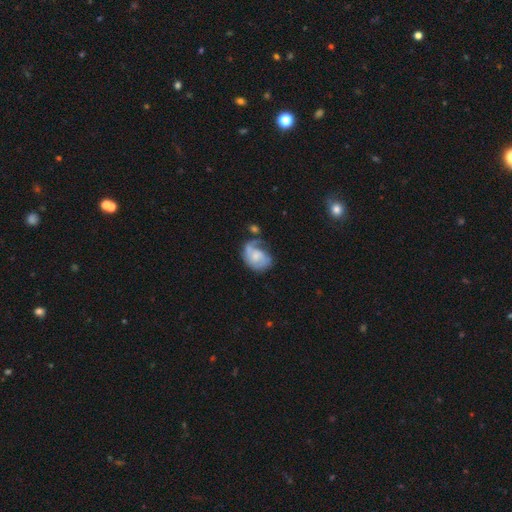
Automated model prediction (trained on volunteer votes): Smooth or featured? Predicted: featured or disk (p=0.69). Edge-on disk? Predicted: no (p=0.98). Bar? Predicted: no (p=0.59). Spiral arms? Predicted: yes (p=0.88). Spiral winding? Predicted: medium (p=0.42). Spiral arm count? Predicted: 2 (p=0.50). Bulge size? Predicted: small (p=0.45). Merging? Predicted: none (p=0.41).